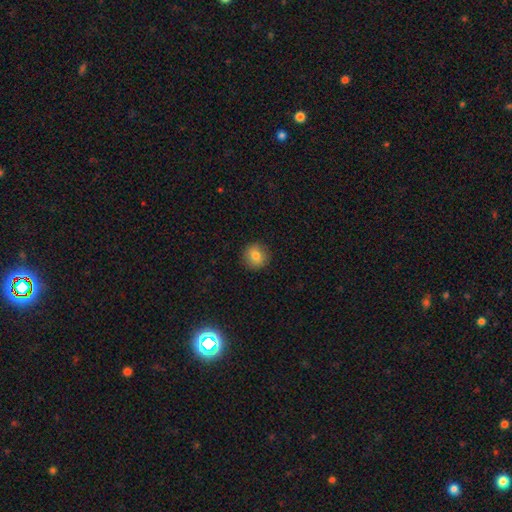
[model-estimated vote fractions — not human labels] Smooth or featured? Predicted: smooth (p=0.80). How rounded? Predicted: round (p=0.91). Merging? Predicted: none (p=0.91).